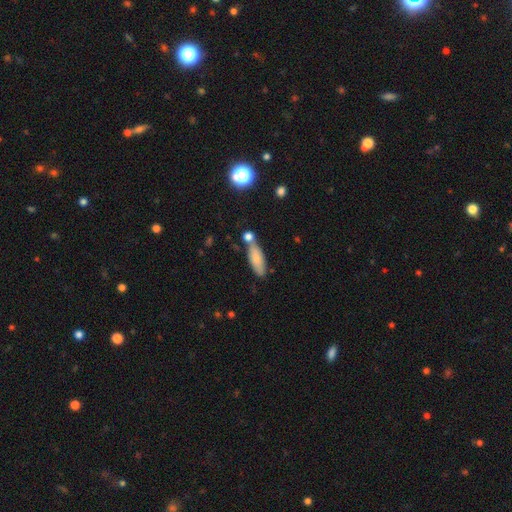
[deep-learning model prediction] The model was most divided on "how rounded": in between: 59%, cigar-shaped: 38%, round: 2%. More confident: smooth or featured — smooth (79%); merging — none (56%).